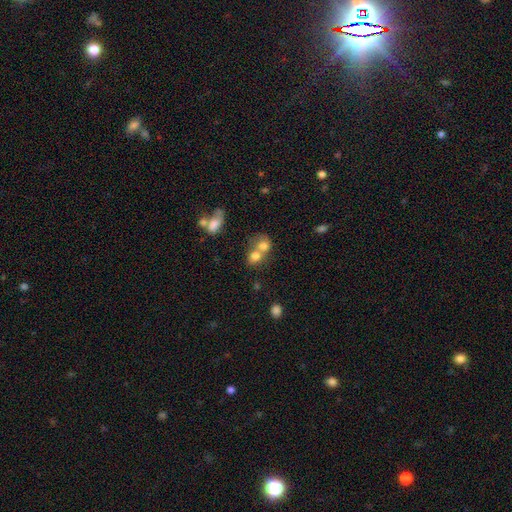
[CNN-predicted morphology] Smooth or featured?
  - smooth: 74% *
  - featured or disk: 15%
  - star or artifact: 11%
How rounded?
  - round: 66% *
  - in between: 33%
  - cigar-shaped: 1%
Merging?
  - merger: 65% *
  - none: 25%
  - minor disturbance: 6%
  - major disturbance: 4%